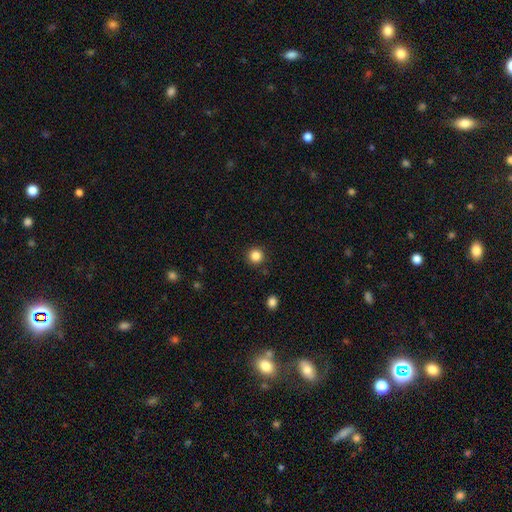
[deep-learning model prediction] smooth 85%, star or artifact 12%, featured or disk 4%. Down the decision tree: how rounded — round (95%); merging — none (91%).